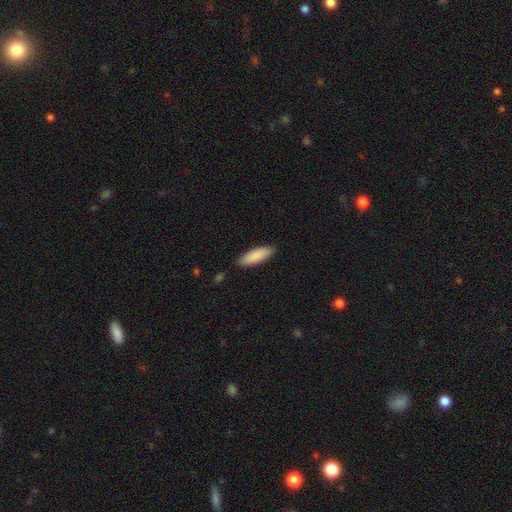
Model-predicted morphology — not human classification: This appears to be a smooth galaxy with no disk features (89%) that is in between round and cigar-shaped (56%). Merging: none (87%).